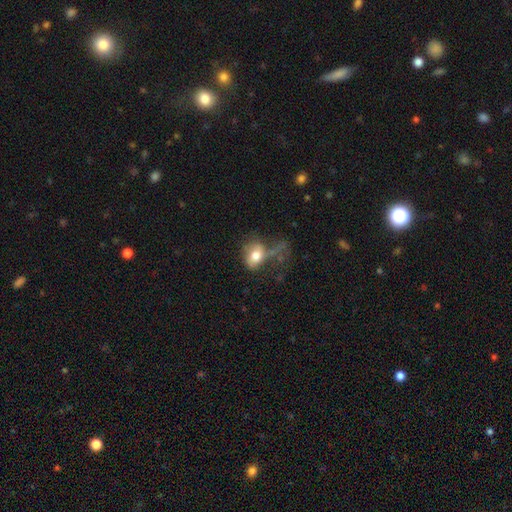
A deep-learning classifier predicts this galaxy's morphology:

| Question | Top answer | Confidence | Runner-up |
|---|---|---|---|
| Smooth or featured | smooth | 69% | featured or disk (22%) |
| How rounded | in between | 64% | round (35%) |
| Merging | major disturbance | 46% | none (22%) |